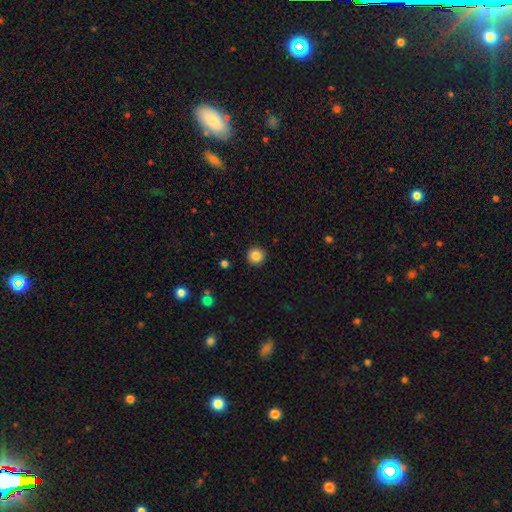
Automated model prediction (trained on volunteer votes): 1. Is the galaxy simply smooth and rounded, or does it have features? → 85% smooth, 10% star or artifact, 5% featured or disk.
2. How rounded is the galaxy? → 95% round, 4% in between, 1% cigar-shaped.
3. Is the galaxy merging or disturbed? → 92% none, 5% minor disturbance, 2% major disturbance, 1% merger.